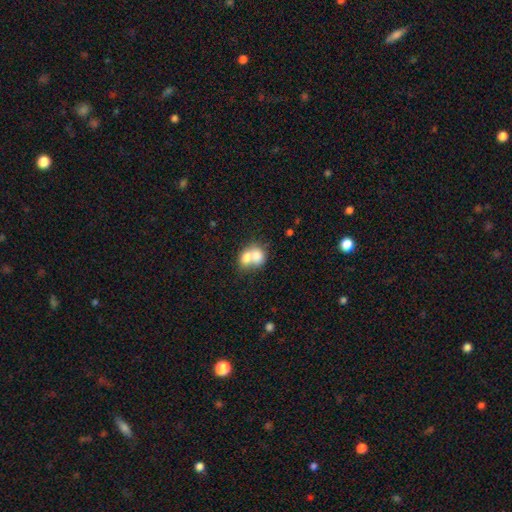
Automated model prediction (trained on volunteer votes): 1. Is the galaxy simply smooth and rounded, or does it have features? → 72% smooth, 19% featured or disk, 8% star or artifact.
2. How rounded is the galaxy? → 54% round, 45% in between, 1% cigar-shaped.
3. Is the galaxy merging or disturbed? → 73% merger, 18% none, 5% minor disturbance, 3% major disturbance.